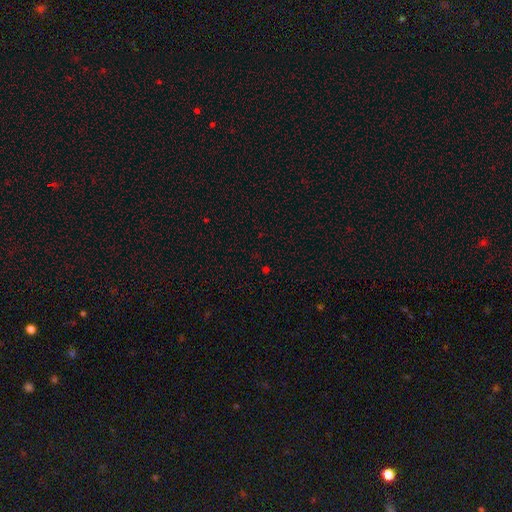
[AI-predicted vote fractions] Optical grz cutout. It shows a star or artifact, not a galaxy (62%).